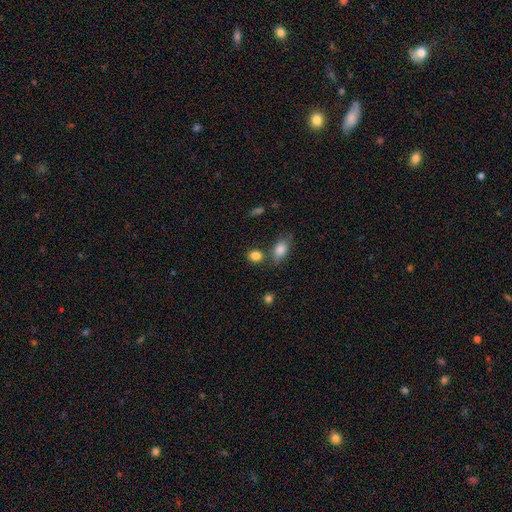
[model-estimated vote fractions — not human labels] smooth_or_featured: smooth (p=0.84) [alt: star or artifact p=0.10]
how_rounded: in between (p=0.53) [alt: round p=0.46]
merging: none (p=0.65) [alt: merger p=0.18]